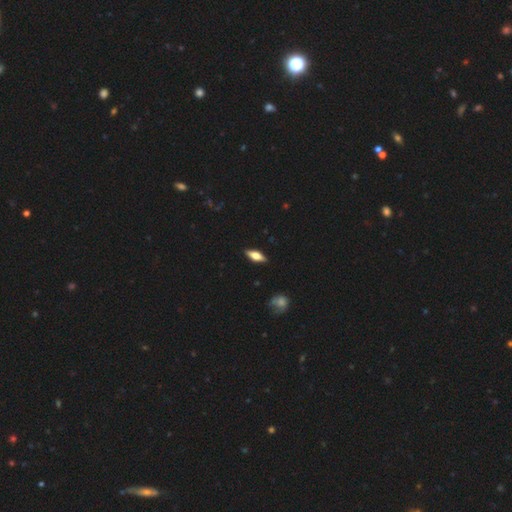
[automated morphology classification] smooth_or_featured: smooth (p=0.50) [alt: featured or disk p=0.43]
how_rounded: in between (p=0.61) [alt: cigar-shaped p=0.35]
merging: none (p=0.88) [alt: minor disturbance p=0.09]